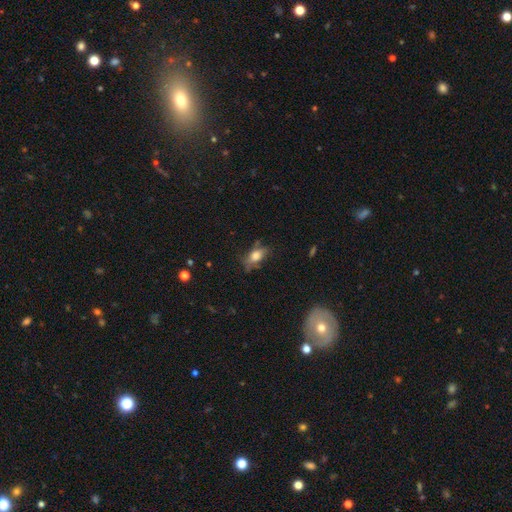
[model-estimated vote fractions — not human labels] The model was most divided on "merging": none: 53%, minor disturbance: 28%, major disturbance: 16%, merger: 3%. More confident: how rounded — in between (82%); smooth or featured — smooth (63%).